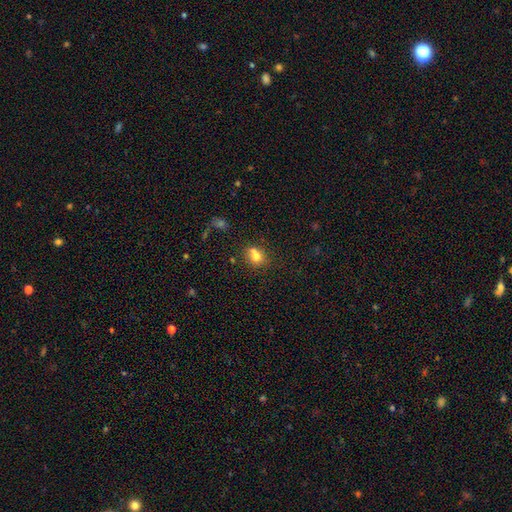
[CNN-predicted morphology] Smooth or featured? smooth (73%)
How rounded? round (64%)
Merging? none (47%)